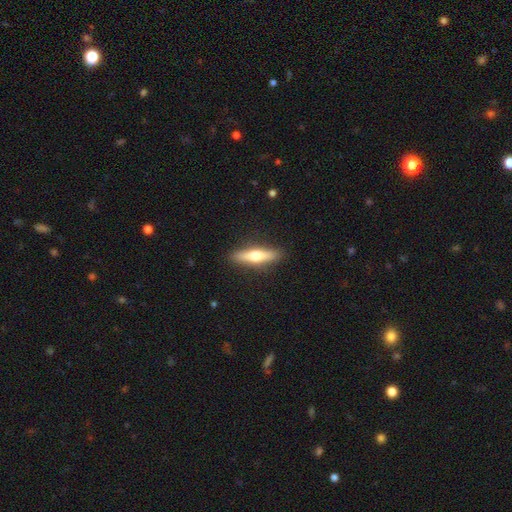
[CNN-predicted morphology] A smooth galaxy with no disk features (51%) that is cigar-shaped (77%).

Vote fractions:
- Smooth or featured? smooth: 51% / featured or disk: 44% / star or artifact: 6%
- How rounded? cigar-shaped: 77% / in between: 20% / round: 2%
- Merging? none: 90% / minor disturbance: 7% / major disturbance: 2% / merger: 1%